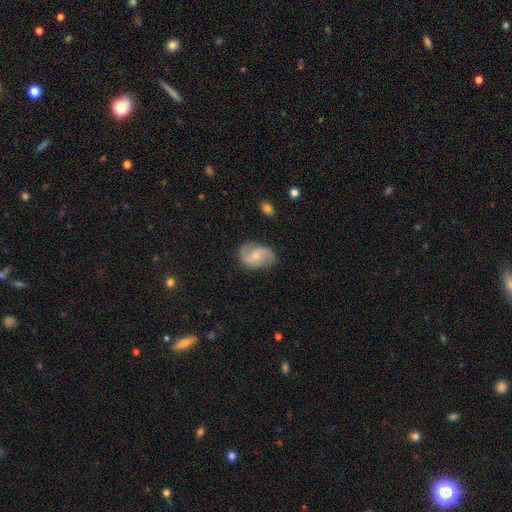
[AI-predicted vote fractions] Smooth or featured: featured or disk — 78% (smooth — 16%)
Edge-on disk: no — 98% (yes — 2%)
Bar: no — 49% (weak — 42%)
Spiral arms: yes — 95% (no — 5%)
Spiral winding: loose — 47% (medium — 41%)
Spiral arm count: 2 — 91% (can't tell — 4%)
Bulge size: small — 58% (moderate — 34%)
Merging: none — 78% (minor disturbance — 16%)